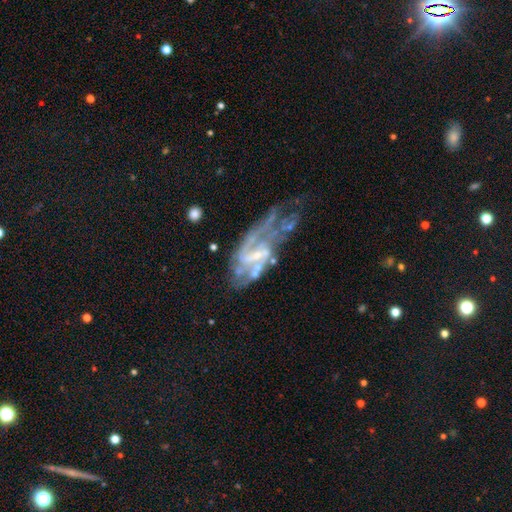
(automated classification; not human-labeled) Morphology: type=featured or disk (86%); edge-on=no (95%); bar=weak (45%); spiral arms=yes (89%); winding=medium (45%); arm count=2 (62%); bulge=small (63%); merging=none (38%).